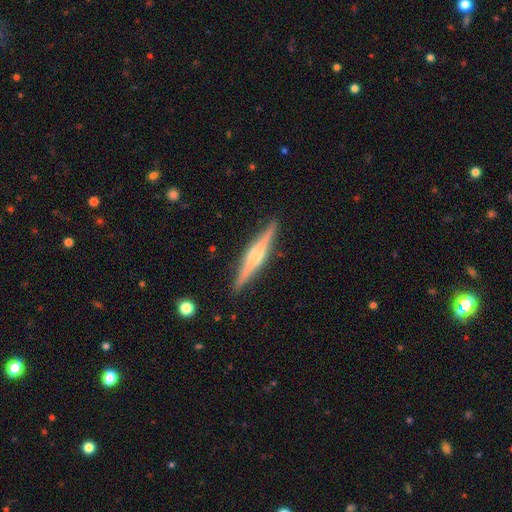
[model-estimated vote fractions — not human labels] Smooth or featured? Predicted: featured or disk (p=0.76). Edge-on disk? Predicted: yes (p=0.98). Edge-on bulge? Predicted: rounded (p=0.74). Merging? Predicted: none (p=0.90).